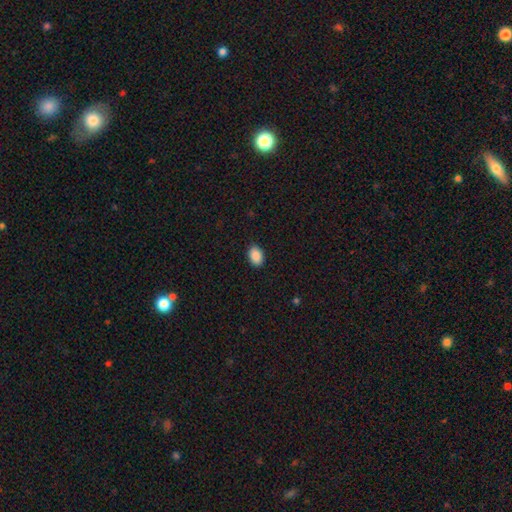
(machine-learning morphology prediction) A smooth galaxy with no disk features (89%) that is in between round and cigar-shaped (84%).

Vote fractions:
- Smooth or featured? smooth: 89% / star or artifact: 7% / featured or disk: 3%
- How rounded? in between: 84% / round: 15% / cigar-shaped: 1%
- Merging? none: 89% / minor disturbance: 8% / major disturbance: 2% / merger: 1%